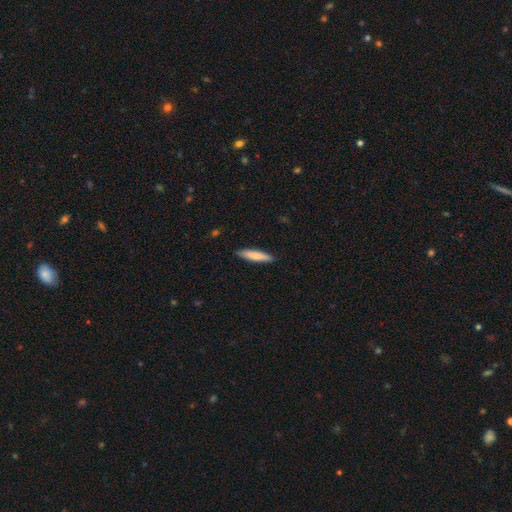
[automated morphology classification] Overall: smooth (79%). How rounded: cigar-shaped (83%). Merging: none (89%).